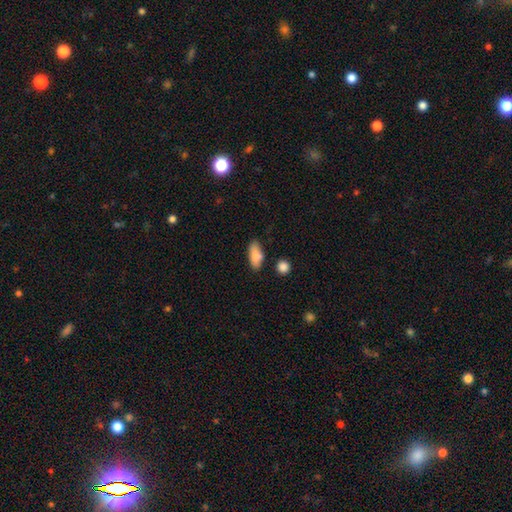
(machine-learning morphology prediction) The model was most divided on "merging": none: 70%, minor disturbance: 18%, merger: 8%, major disturbance: 4%. More confident: smooth or featured — smooth (83%); how rounded — in between (78%).